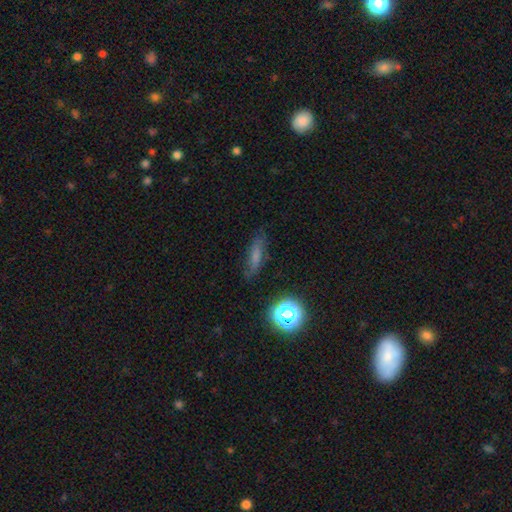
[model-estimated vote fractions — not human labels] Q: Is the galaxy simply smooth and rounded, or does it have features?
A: smooth — 57%.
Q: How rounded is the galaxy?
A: cigar-shaped — 59%.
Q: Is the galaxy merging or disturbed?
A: none — 77%.